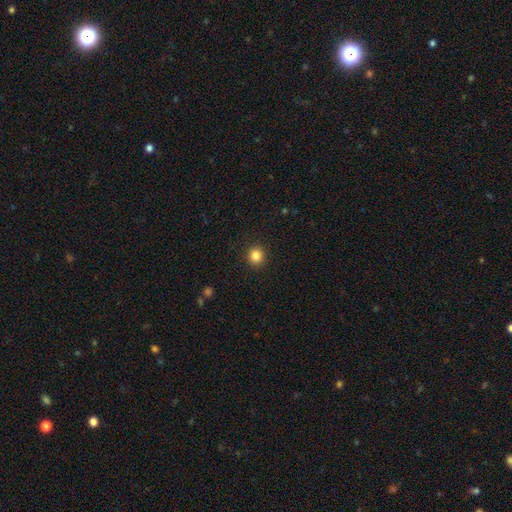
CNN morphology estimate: type=smooth (84%); roundness=round (92%); merging=none (92%).